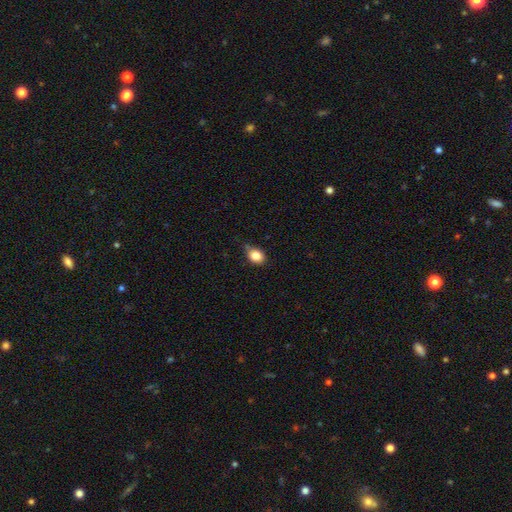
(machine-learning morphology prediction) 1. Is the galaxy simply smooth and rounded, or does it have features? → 84% smooth, 10% star or artifact, 6% featured or disk.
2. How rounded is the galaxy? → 51% round, 48% in between, 1% cigar-shaped.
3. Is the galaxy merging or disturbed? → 68% none, 25% minor disturbance, 4% major disturbance, 3% merger.